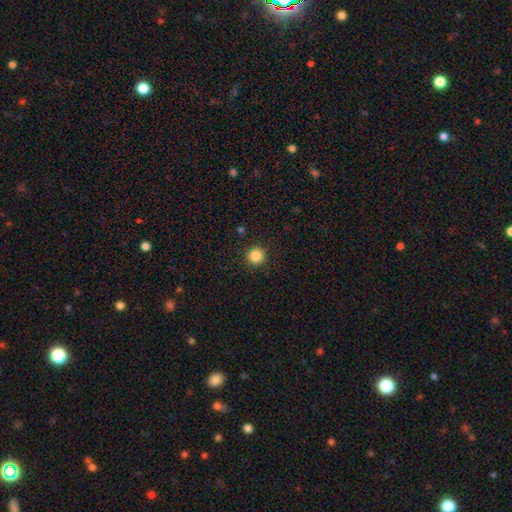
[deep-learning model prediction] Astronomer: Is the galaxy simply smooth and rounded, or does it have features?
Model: smooth — 85%.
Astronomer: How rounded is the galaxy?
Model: round — 95%.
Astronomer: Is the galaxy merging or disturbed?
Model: none — 92%.